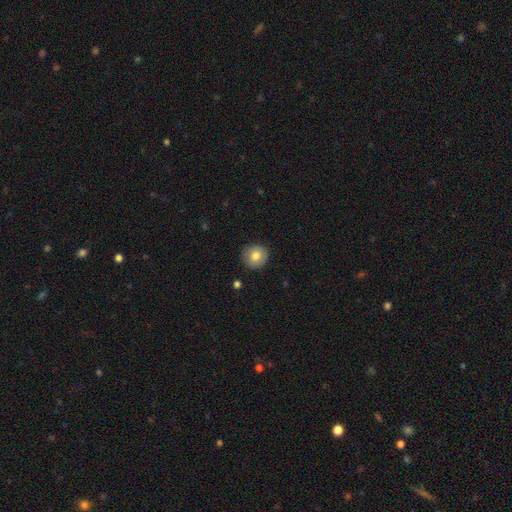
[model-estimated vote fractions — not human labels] This is likely a smooth galaxy (78%). How rounded: clearly round (92%). Merging: clearly none (88%).